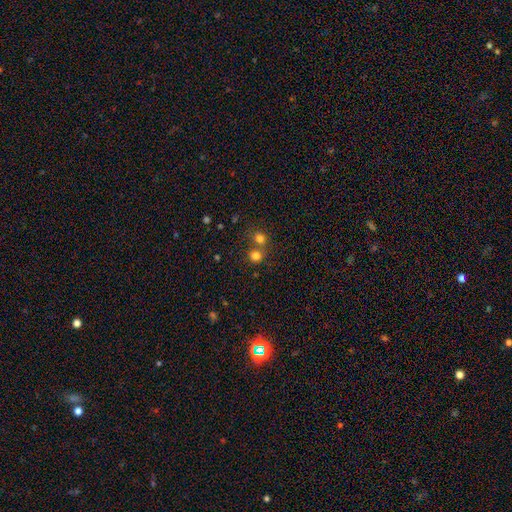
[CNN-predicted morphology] Q: Smooth or featured?
A: smooth (77%); runner-up: star or artifact (16%)
Q: How rounded?
A: round (86%); runner-up: in between (13%)
Q: Merging?
A: none (53%); runner-up: merger (38%)